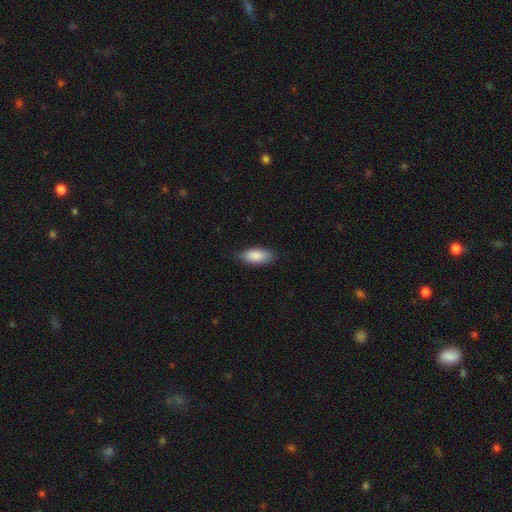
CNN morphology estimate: A smooth galaxy with no disk features (87%) that is in between round and cigar-shaped (88%). Merging: none (81%).